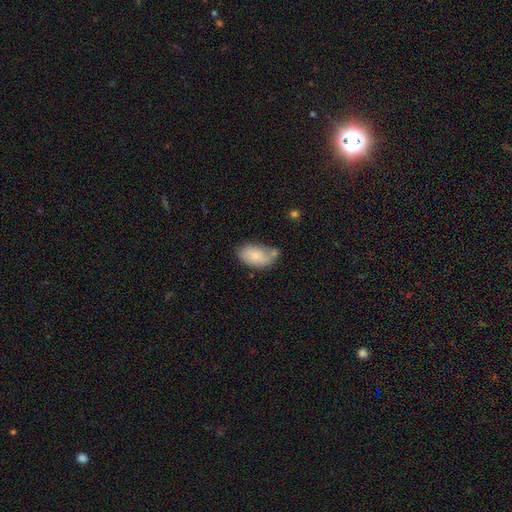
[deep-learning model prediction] Smooth or featured? smooth (76%)
How rounded? in between (92%)
Merging? none (48%)